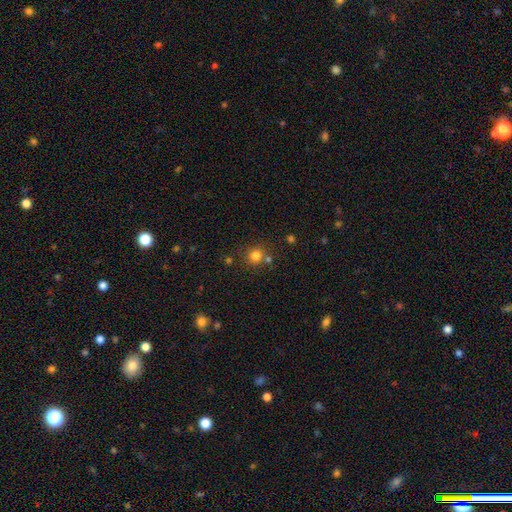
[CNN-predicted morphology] This is likely a smooth galaxy (79%). How rounded: clearly round (90%). Merging: likely none (73%).